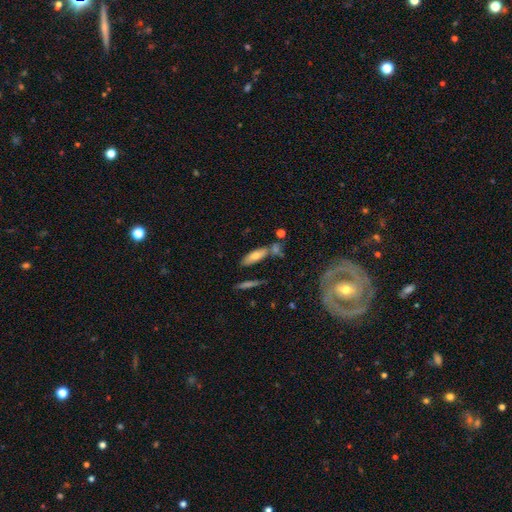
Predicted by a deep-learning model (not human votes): smooth 66%, featured or disk 25%, star or artifact 9%. Down the decision tree: how rounded — in between (50%); merging — none (63%).